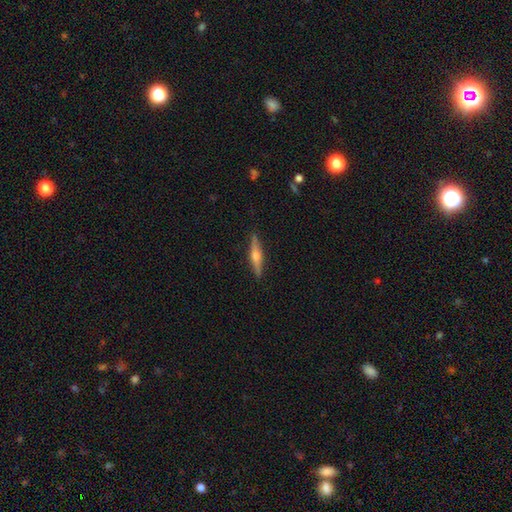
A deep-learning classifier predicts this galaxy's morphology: type=featured or disk (69%); edge-on=yes (97%); edge-on bulge=rounded (86%); merging=none (90%).